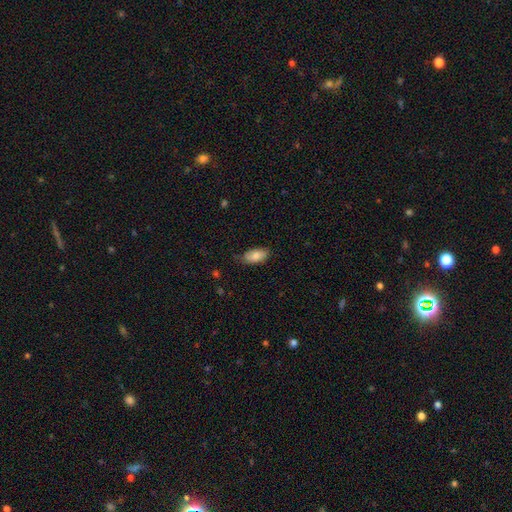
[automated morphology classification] Overall: smooth (80%). How rounded: in between (91%). Merging: none (67%).